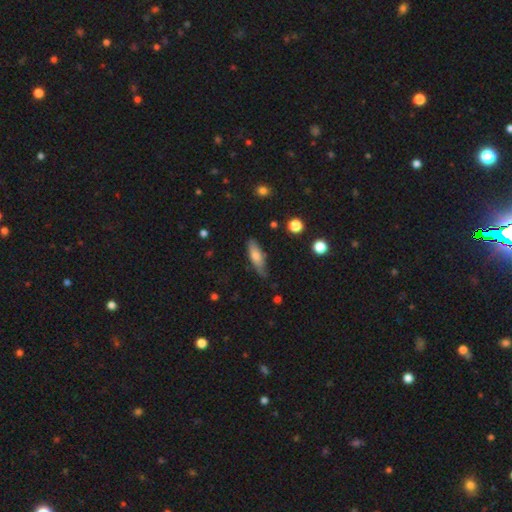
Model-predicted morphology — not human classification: smooth-or-featured: smooth: 68% | featured or disk: 26% | star or artifact: 7%
  how-rounded: in between: 50% | cigar-shaped: 48% | round: 2%
  merging: none: 71% | minor disturbance: 23% | major disturbance: 4% | merger: 2%